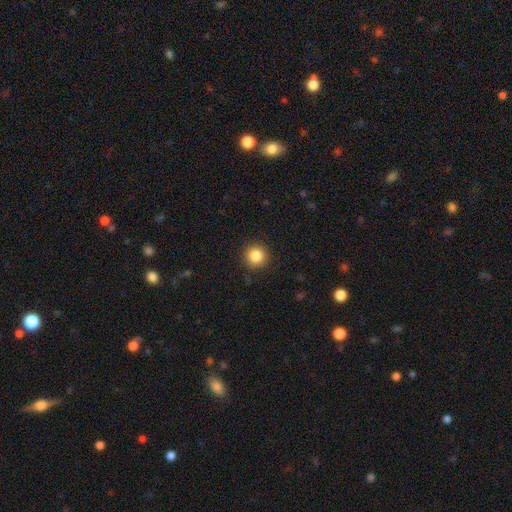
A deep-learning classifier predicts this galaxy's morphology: Smooth or featured?
  - smooth: 85% *
  - star or artifact: 10%
  - featured or disk: 5%
How rounded?
  - round: 95% *
  - in between: 4%
  - cigar-shaped: 1%
Merging?
  - none: 91% *
  - minor disturbance: 6%
  - major disturbance: 2%
  - merger: 1%